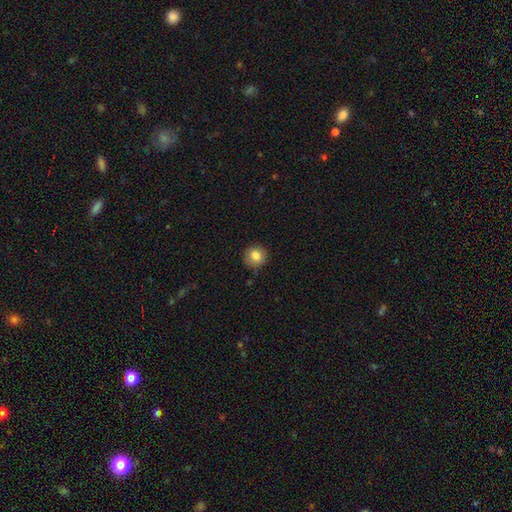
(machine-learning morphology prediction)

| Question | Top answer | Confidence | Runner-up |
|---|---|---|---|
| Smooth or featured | smooth | 80% | featured or disk (10%) |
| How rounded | round | 92% | in between (7%) |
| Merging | none | 87% | minor disturbance (10%) |